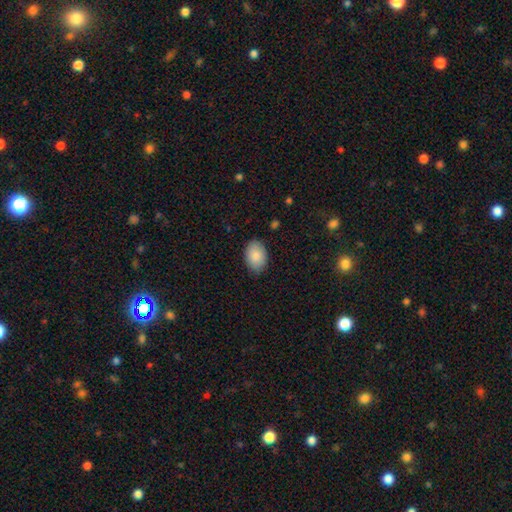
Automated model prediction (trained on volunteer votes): smooth 88%, star or artifact 6%, featured or disk 6%. Down the decision tree: how rounded — in between (85%); merging — none (82%).